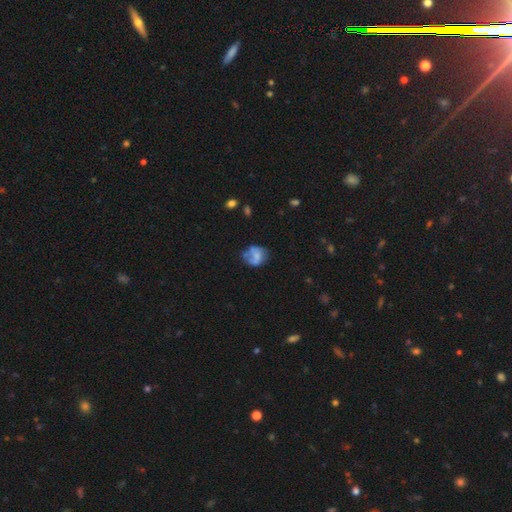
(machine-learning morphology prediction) Smooth or featured: smooth — 50% (featured or disk — 40%)
Merging: none — 41% (minor disturbance — 26%)